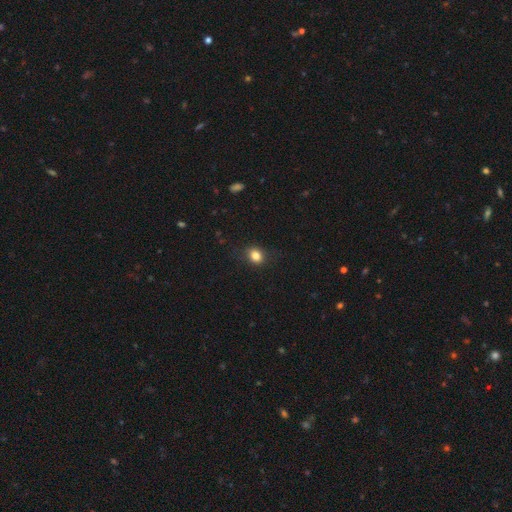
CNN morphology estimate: Smooth or featured? Predicted: smooth (p=0.82). How rounded? Predicted: round (p=0.62). Merging? Predicted: none (p=0.82).